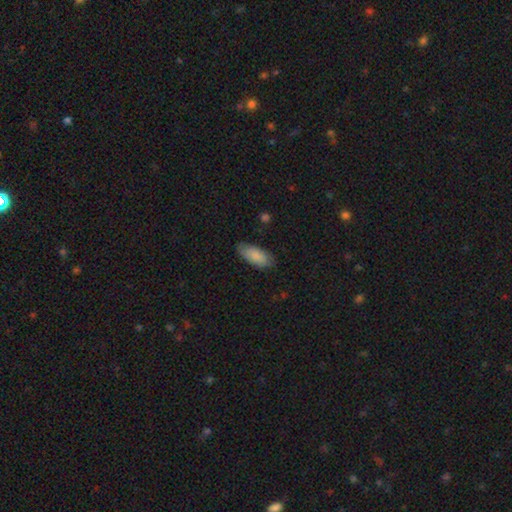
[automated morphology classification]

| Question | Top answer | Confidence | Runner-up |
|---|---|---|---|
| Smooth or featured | smooth | 81% | featured or disk (13%) |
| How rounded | in between | 87% | cigar-shaped (11%) |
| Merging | none | 74% | minor disturbance (21%) |